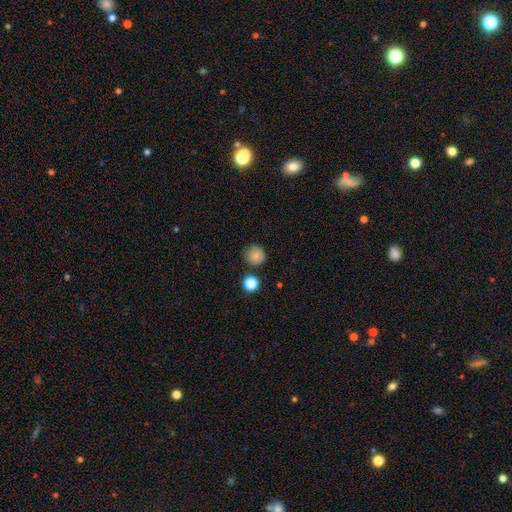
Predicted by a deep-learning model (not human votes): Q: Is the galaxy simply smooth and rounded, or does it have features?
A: smooth — 83%.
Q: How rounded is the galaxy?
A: round — 94%.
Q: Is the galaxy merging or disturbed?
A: none — 84%.